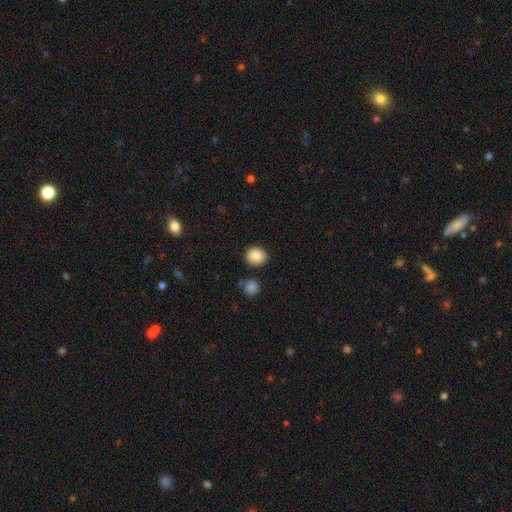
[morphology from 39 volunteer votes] smooth_or_featured: smooth (p=0.87) [alt: star or artifact p=0.10]
how_rounded: round (p=0.97) [alt: in between p=0.03]
merging: none (p=0.80) [alt: minor disturbance p=0.11]